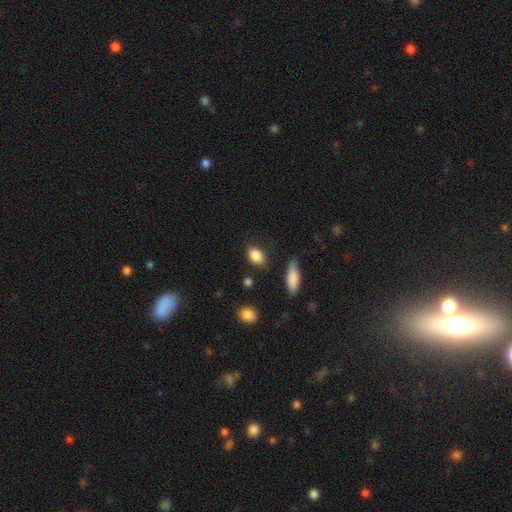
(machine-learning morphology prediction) A smooth galaxy with no disk features (87%) that is in between round and cigar-shaped (80%). Merging: none (79%).